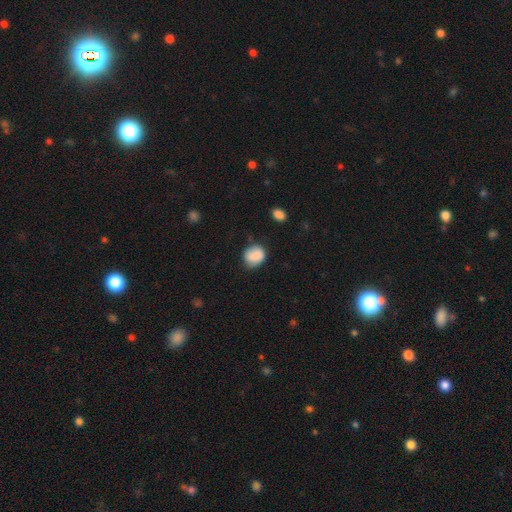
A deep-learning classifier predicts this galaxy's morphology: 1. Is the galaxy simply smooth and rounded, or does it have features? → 85% smooth, 8% star or artifact, 8% featured or disk.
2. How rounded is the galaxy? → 66% round, 33% in between, 1% cigar-shaped.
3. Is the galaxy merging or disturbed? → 62% none, 29% minor disturbance, 7% major disturbance, 3% merger.